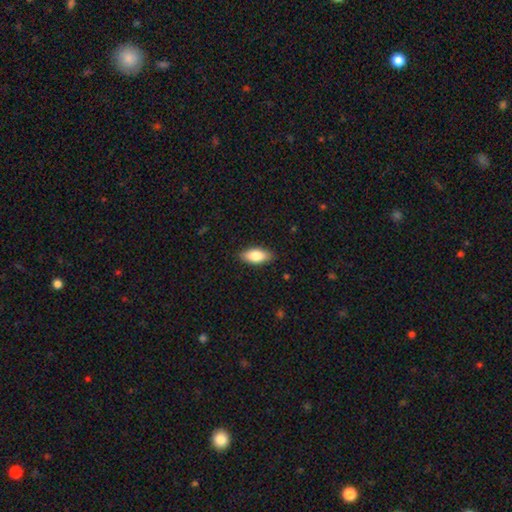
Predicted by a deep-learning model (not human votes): A smooth galaxy with no disk features (80%) that is in between round and cigar-shaped (86%). Merging: none (87%).